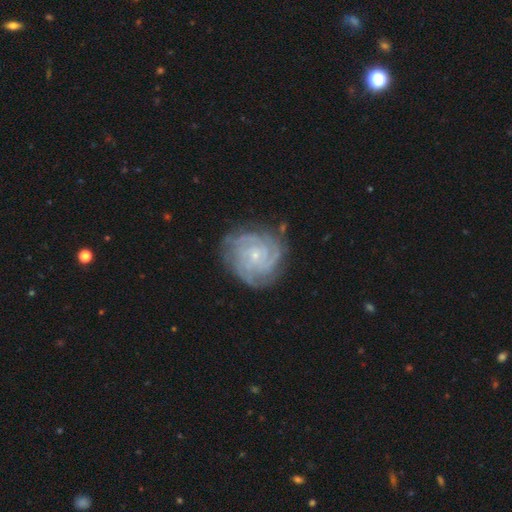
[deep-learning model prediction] Overall: featured or disk (87%). Edge-on disk: no (98%). Bar: no (77%). Spiral arms: yes (97%). Spiral arm count: 4 (28%; can't tell 24%). Spiral winding: tight (76%). Bulge size: small (83%). Merging: none (76%).